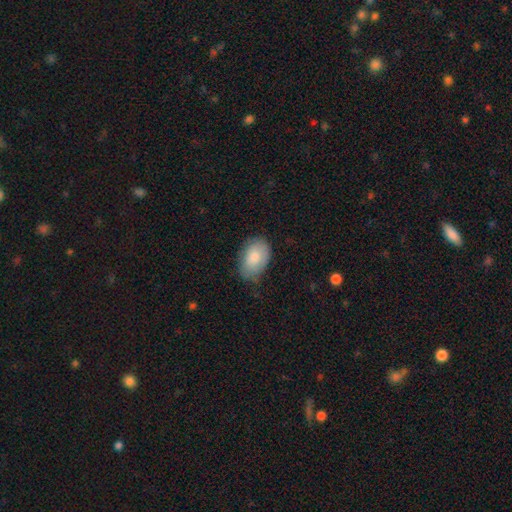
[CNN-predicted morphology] A smooth galaxy with no disk features (79%) that is in between round and cigar-shaped (88%). Merging: none (67%).